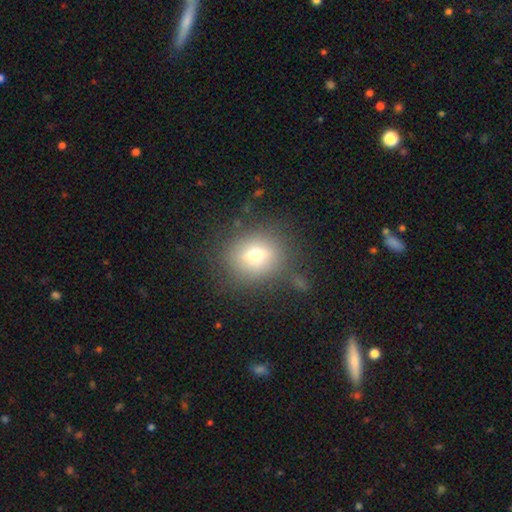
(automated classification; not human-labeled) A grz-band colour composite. It shows a smooth galaxy with no disk features (67%) that is round (76%). Merging: none (78%).